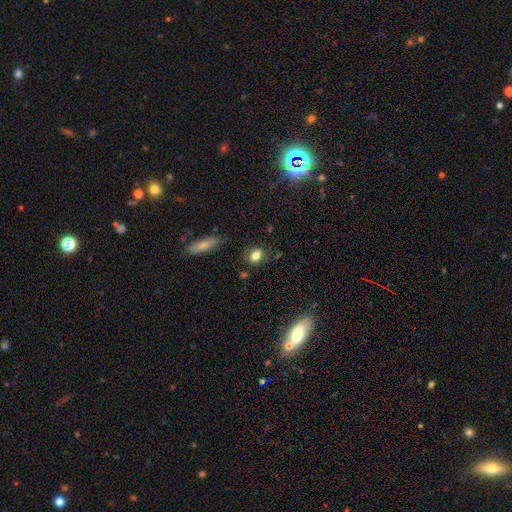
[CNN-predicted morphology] Smooth or featured? Predicted: smooth (p=0.81). How rounded? Predicted: in between (p=0.66). Merging? Predicted: none (p=0.80).